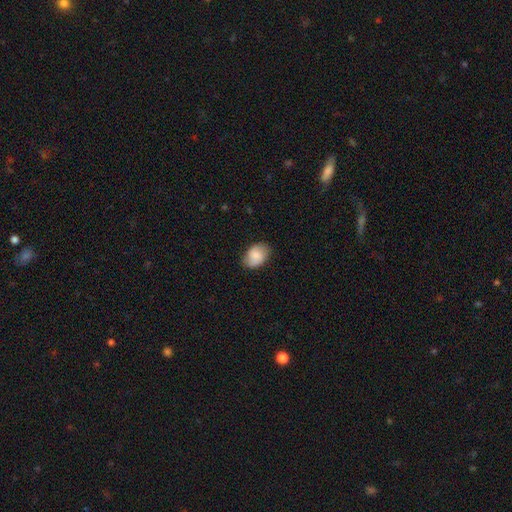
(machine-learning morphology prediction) This appears to be a smooth galaxy with no disk features (75%) that is in between round and cigar-shaped (81%). Merging: none (78%).